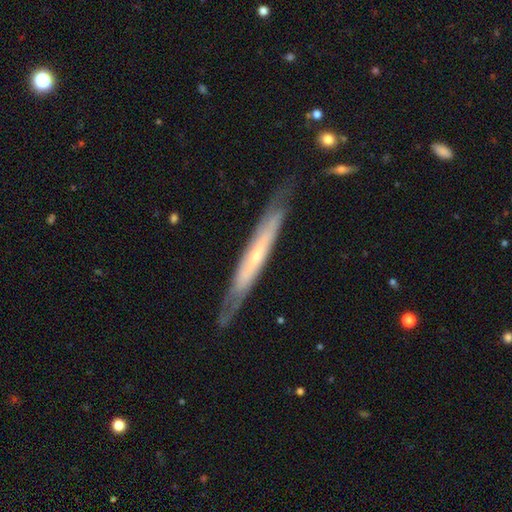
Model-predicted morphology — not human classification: Smooth or featured: featured or disk — 69% (smooth — 25%)
Edge-on disk: yes — 78% (no — 22%)
Edge-on bulge: none — 57% (rounded — 38%)
Merging: none — 78% (minor disturbance — 16%)